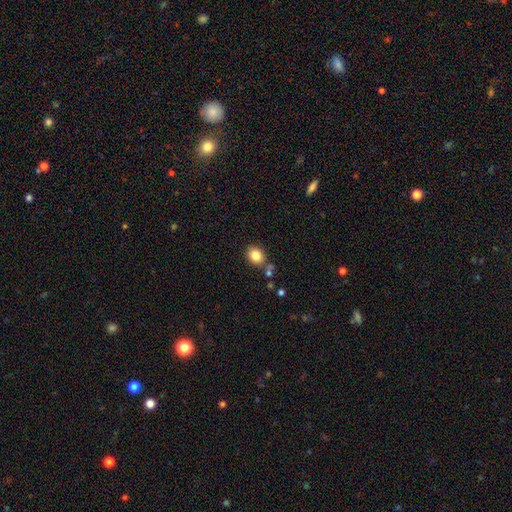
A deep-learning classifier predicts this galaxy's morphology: Smooth or featured? Predicted: smooth (p=0.84). How rounded? Predicted: round (p=0.54). Merging? Predicted: none (p=0.74).